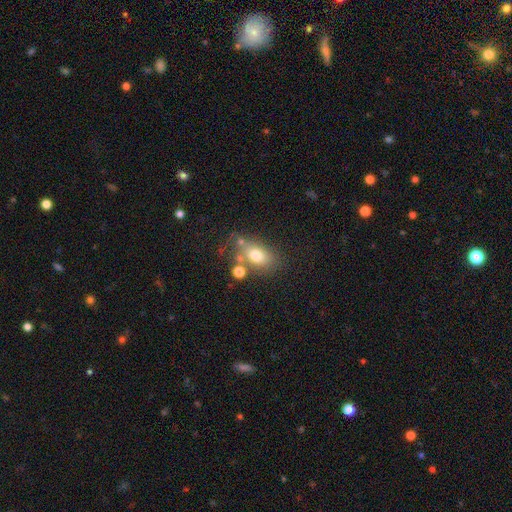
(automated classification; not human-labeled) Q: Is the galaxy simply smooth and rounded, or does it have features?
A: smooth — 72%.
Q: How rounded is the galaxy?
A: in between — 76%.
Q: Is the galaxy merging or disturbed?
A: none — 54%.